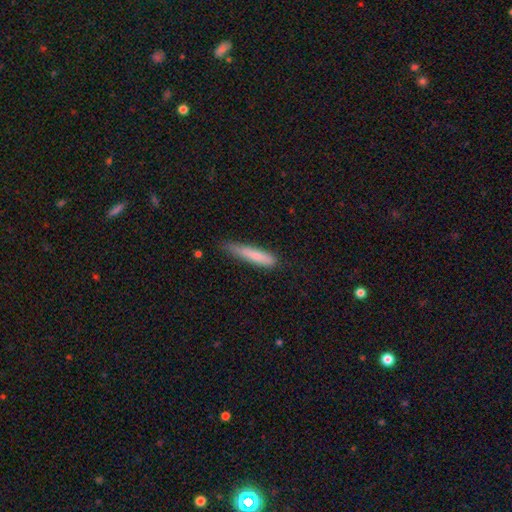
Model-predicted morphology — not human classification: Smooth or featured: smooth — 75% (featured or disk — 19%)
How rounded: cigar-shaped — 89% (in between — 9%)
Merging: none — 58% (minor disturbance — 33%)